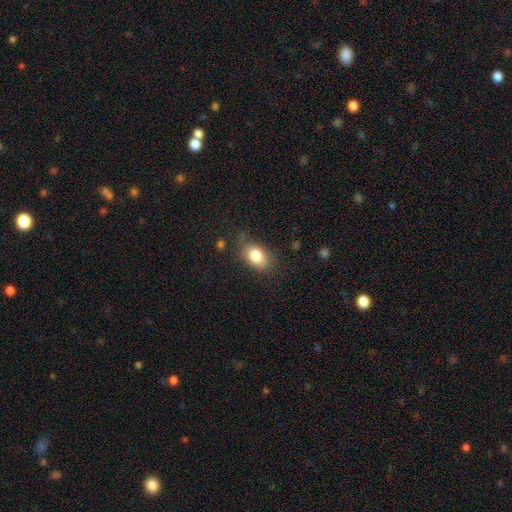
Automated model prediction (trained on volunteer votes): smooth_or_featured: smooth (p=0.83) [alt: featured or disk p=0.09]
how_rounded: in between (p=0.85) [alt: round p=0.14]
merging: none (p=0.70) [alt: minor disturbance p=0.22]